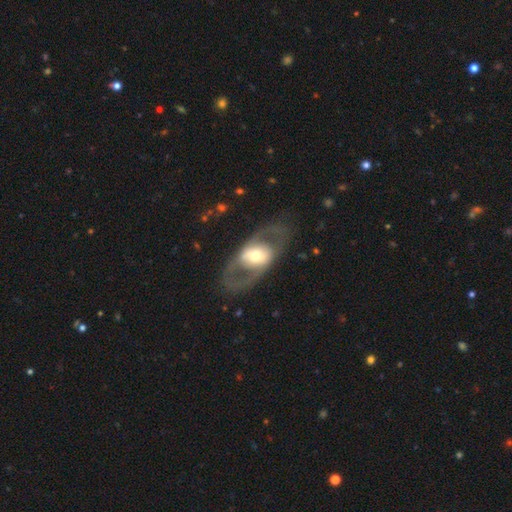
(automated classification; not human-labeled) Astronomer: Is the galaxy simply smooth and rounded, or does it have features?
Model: featured or disk — 67%.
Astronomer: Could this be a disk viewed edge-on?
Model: no — 88%.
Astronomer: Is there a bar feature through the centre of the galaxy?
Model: no — 49% (runner-up: strong, 26%).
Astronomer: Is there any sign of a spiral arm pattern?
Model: no — 61% (runner-up: yes, 39%).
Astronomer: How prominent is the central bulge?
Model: moderate — 54%.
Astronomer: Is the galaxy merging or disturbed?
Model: none — 72%.